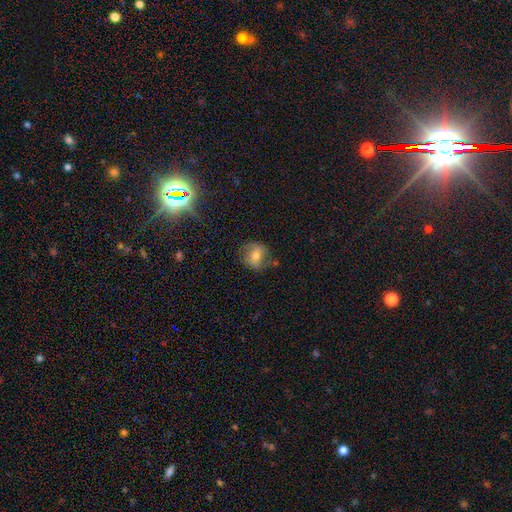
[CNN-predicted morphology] Smooth or featured? Predicted: smooth (p=0.52). How rounded? Predicted: round (p=0.73). Merging? Predicted: none (p=0.68).